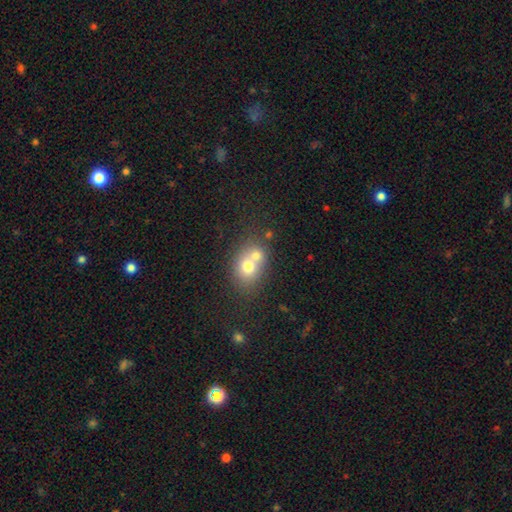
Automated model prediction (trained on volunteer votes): smooth 68%, featured or disk 22%, star or artifact 11%. Down the decision tree: how rounded — round (54%); merging — merger (63%).